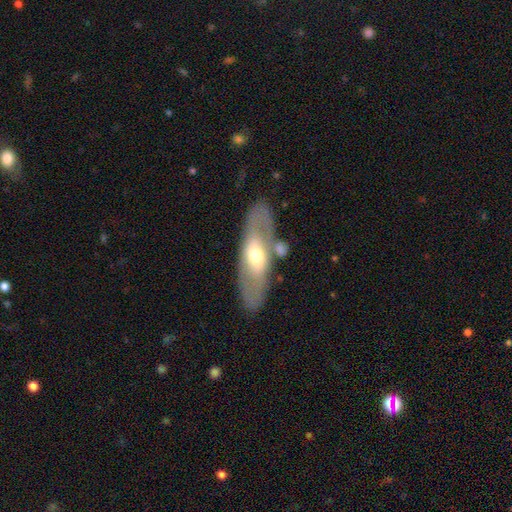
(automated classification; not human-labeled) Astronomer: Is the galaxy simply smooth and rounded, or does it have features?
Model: featured or disk — 58% (runner-up: smooth, 37%).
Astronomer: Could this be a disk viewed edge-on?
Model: no — 72%.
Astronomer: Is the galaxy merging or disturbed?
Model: none — 69%.